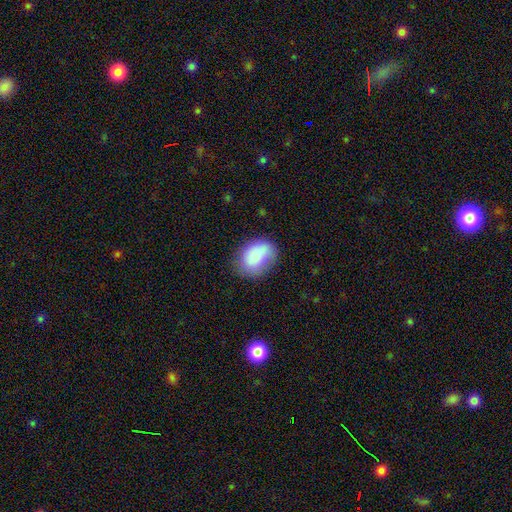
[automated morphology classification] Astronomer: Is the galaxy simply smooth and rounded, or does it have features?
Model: smooth — 82%.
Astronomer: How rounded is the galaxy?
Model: in between — 76%.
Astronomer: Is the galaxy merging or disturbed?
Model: none — 62%.